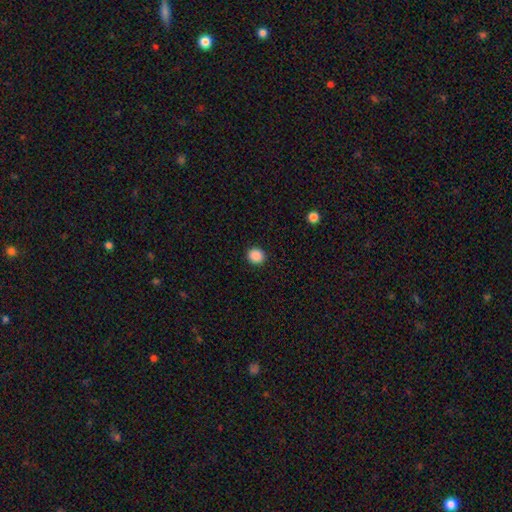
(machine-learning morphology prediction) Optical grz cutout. It shows a smooth galaxy with no disk features (89%) that is round (87%). Merging: none (92%).